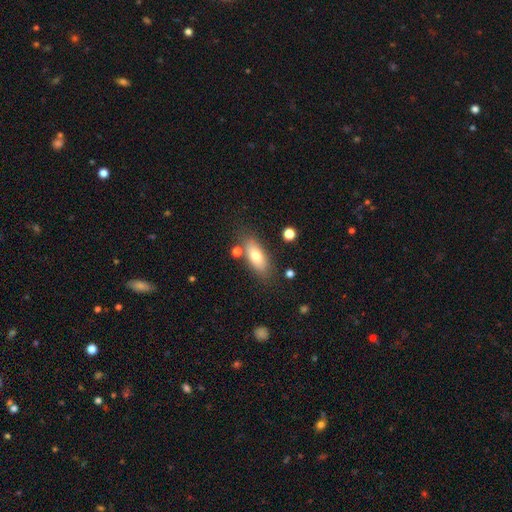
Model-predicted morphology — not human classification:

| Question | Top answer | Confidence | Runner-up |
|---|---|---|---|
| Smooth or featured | smooth | 74% | featured or disk (19%) |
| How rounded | in between | 78% | cigar-shaped (19%) |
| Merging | none | 77% | minor disturbance (13%) |